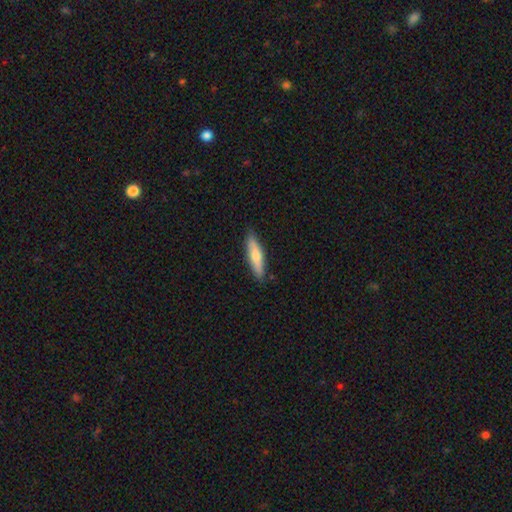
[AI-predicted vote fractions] Smooth or featured: smooth — 67% (featured or disk — 27%)
How rounded: cigar-shaped — 75% (in between — 23%)
Merging: none — 86% (minor disturbance — 11%)